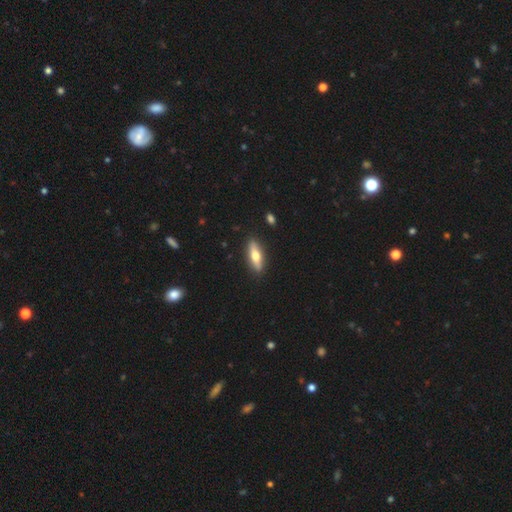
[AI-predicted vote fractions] A featured or disk galaxy (47%, tied with smooth).

Vote fractions:
- Smooth or featured? featured or disk: 47% (tied) / smooth: 47% (tied) / star or artifact: 6%
- Merging? none: 89% / minor disturbance: 8% / major disturbance: 2% / merger: 1%